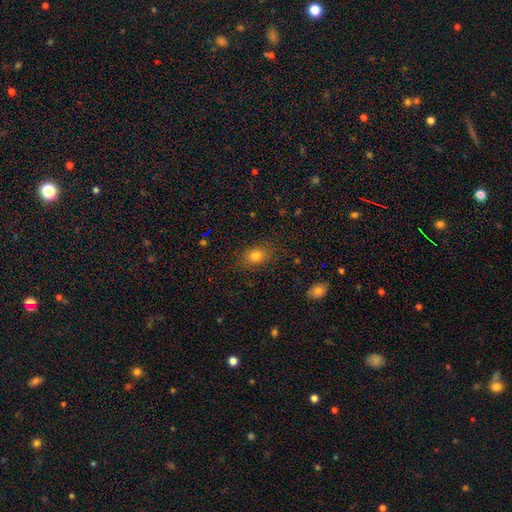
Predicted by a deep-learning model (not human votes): A smooth galaxy with no disk features (79%) that is in between round and cigar-shaped (70%). Merging: none (82%).